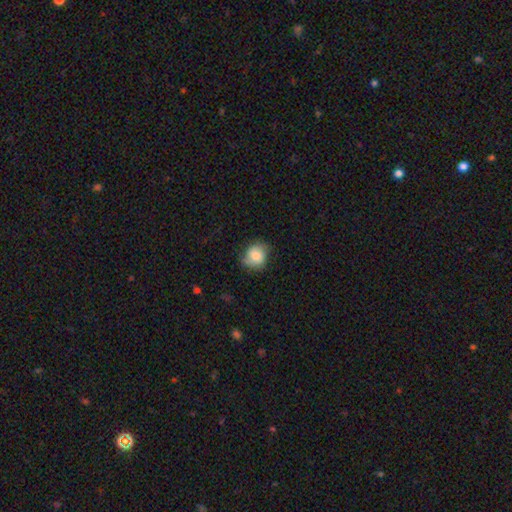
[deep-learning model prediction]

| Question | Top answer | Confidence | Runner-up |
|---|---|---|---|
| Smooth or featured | smooth | 70% | featured or disk (22%) |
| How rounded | round | 71% | in between (28%) |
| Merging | none | 66% | minor disturbance (25%) |